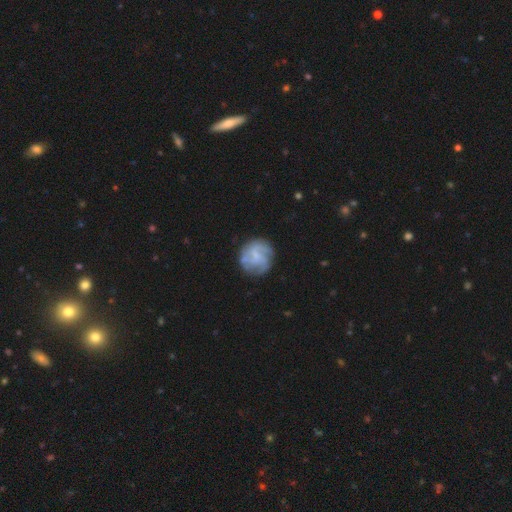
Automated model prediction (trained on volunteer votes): featured or disk 60%, smooth 33%, star or artifact 7%. Down the decision tree: edge-on disk — no (98%); bar — no (54%); spiral arms — yes (80%); bulge size — none (42%); merging — none (73%).